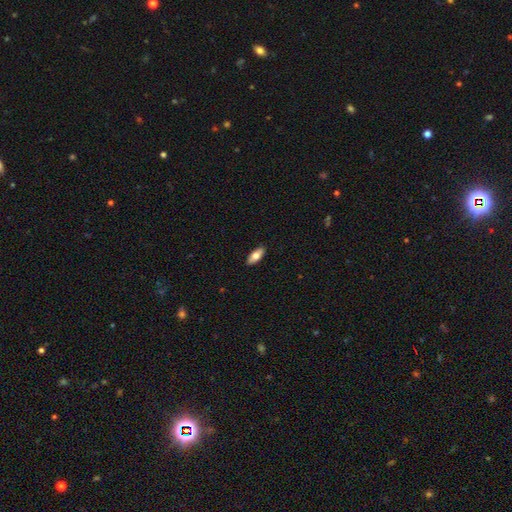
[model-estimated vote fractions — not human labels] smooth 73%, featured or disk 21%, star or artifact 6%. Down the decision tree: how rounded — in between (82%); merging — none (90%).